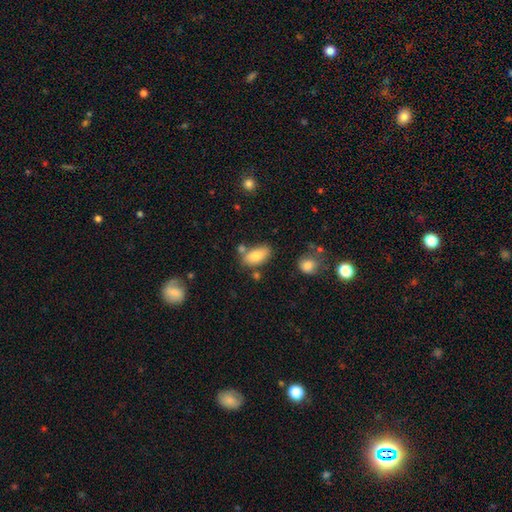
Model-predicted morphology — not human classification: type=smooth (84%); roundness=in between (91%); merging=none (64%).